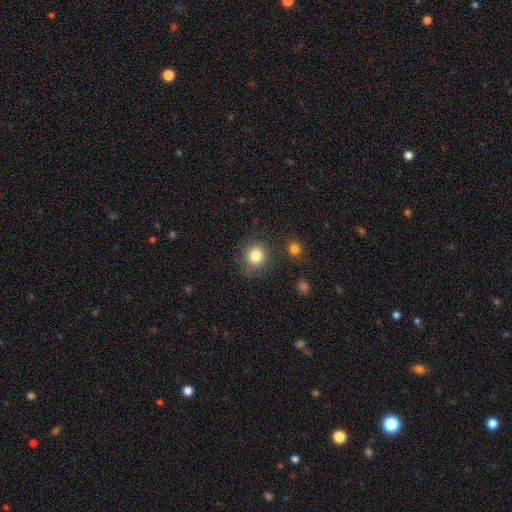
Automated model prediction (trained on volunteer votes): Smooth or featured? Predicted: smooth (p=0.82). How rounded? Predicted: round (p=0.89). Merging? Predicted: none (p=0.78).